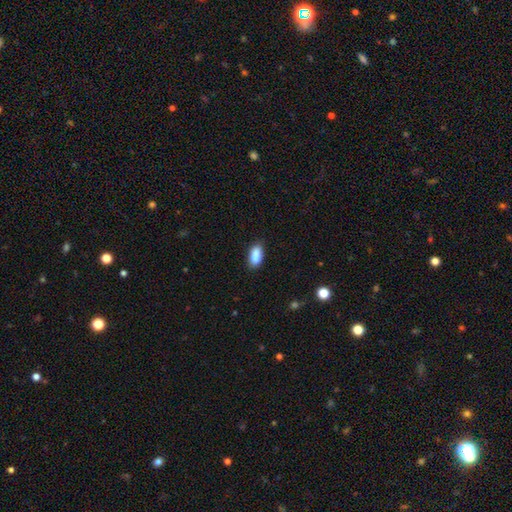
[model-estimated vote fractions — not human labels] A smooth galaxy with no disk features (86%) that is in between round and cigar-shaped (86%).

Vote fractions:
- Smooth or featured? smooth: 86% / star or artifact: 8% / featured or disk: 6%
- How rounded? in between: 86% / cigar-shaped: 11% / round: 3%
- Merging? none: 72% / minor disturbance: 18% / merger: 7% / major disturbance: 3%